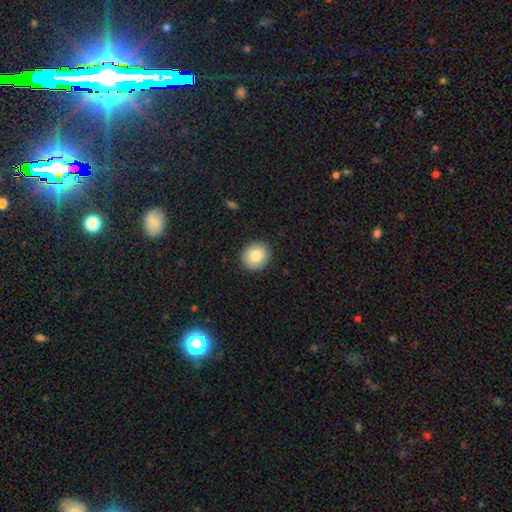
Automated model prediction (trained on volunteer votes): Smooth or featured?
  - smooth: 87% *
  - star or artifact: 7%
  - featured or disk: 6%
How rounded?
  - round: 81% *
  - in between: 18%
  - cigar-shaped: 1%
Merging?
  - none: 90% *
  - minor disturbance: 7%
  - major disturbance: 2%
  - merger: 1%